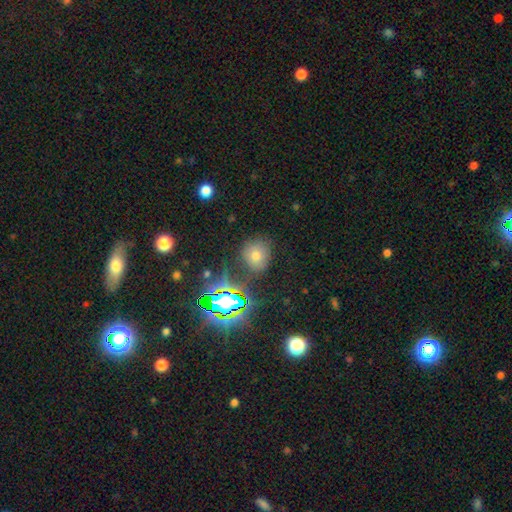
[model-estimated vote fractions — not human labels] Smooth or featured? smooth (61%)
How rounded? round (77%)
Merging? none (81%)